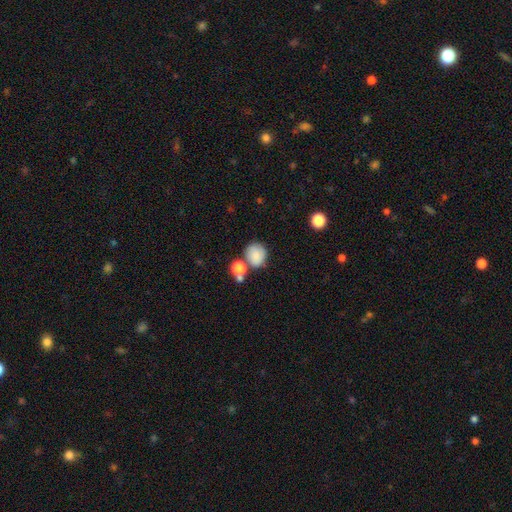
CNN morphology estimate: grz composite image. It shows a smooth galaxy with no disk features (82%) that is round (78%). Merging: none (61%).